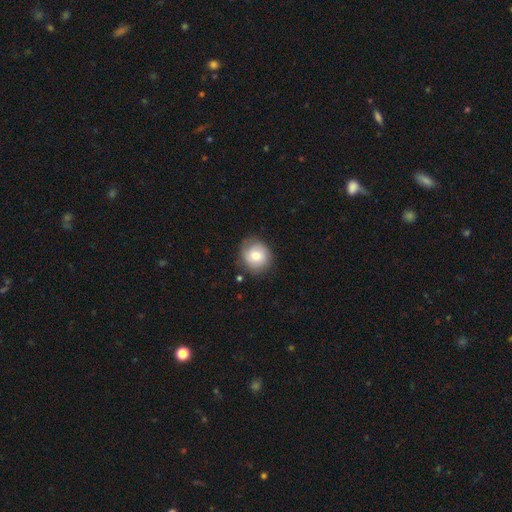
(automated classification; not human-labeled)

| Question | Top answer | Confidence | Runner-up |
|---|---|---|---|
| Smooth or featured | smooth | 71% | featured or disk (21%) |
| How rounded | round | 88% | in between (11%) |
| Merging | none | 79% | minor disturbance (15%) |